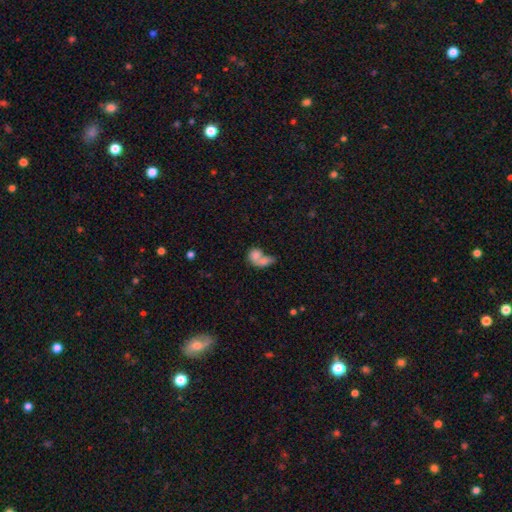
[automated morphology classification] Smooth or featured: smooth — 73% (featured or disk — 17%)
How rounded: in between — 65% (round — 32%)
Merging: merger — 70% (none — 16%)